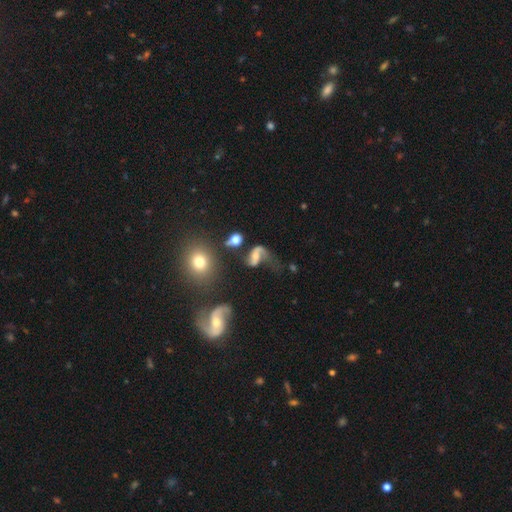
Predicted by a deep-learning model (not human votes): Smooth or featured? featured or disk (72%)
Edge-on disk? no (97%)
Bar? no (42%)
Spiral arms? yes (89%)
Spiral winding? loose (77%)
Spiral arm count? 2 (71%)
Bulge size? moderate (44%)
Merging? major disturbance (34%)